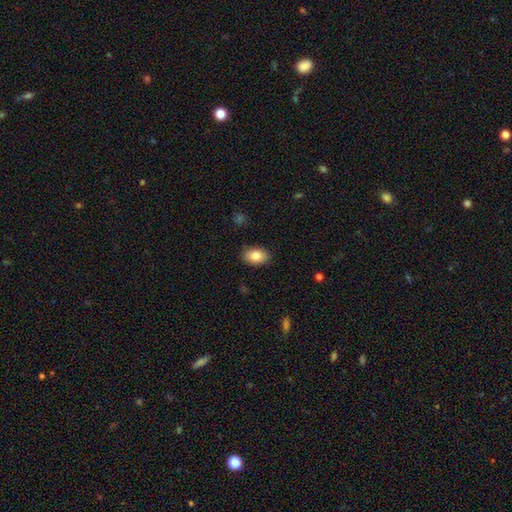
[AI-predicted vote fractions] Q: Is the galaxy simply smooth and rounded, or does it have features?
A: smooth — 83%.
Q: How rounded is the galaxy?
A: in between — 89%.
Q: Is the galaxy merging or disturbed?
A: none — 88%.